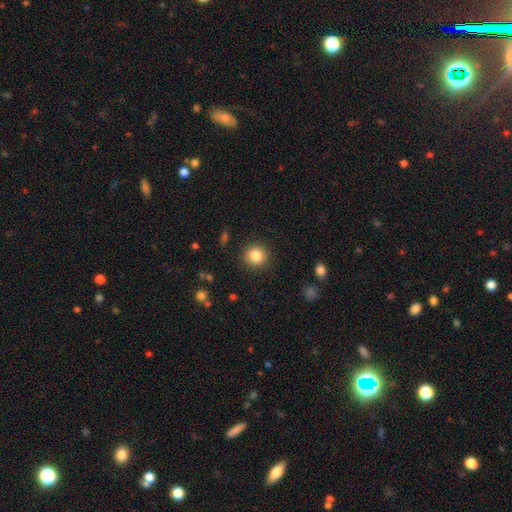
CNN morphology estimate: type=smooth (84%); roundness=round (93%); merging=none (90%).